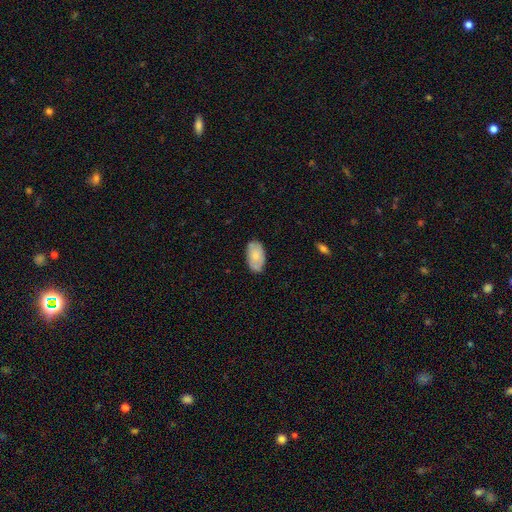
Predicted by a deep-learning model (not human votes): smooth_or_featured: smooth (p=0.72) [alt: featured or disk p=0.21]
how_rounded: in between (p=0.94) [alt: round p=0.04]
merging: none (p=0.80) [alt: minor disturbance p=0.16]